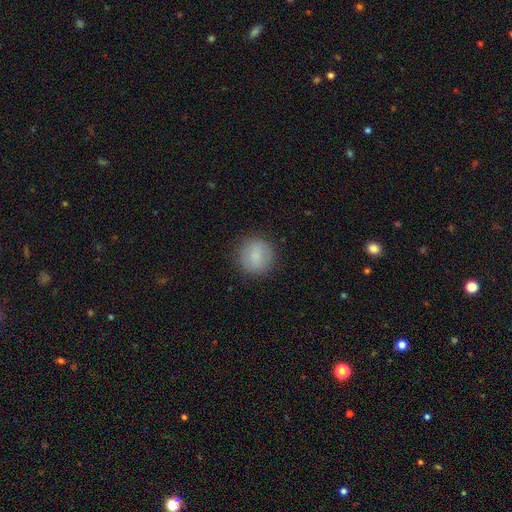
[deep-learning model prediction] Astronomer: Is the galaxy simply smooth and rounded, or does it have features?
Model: smooth — 81%.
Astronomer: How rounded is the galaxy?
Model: round — 89%.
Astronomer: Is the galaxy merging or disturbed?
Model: none — 86%.